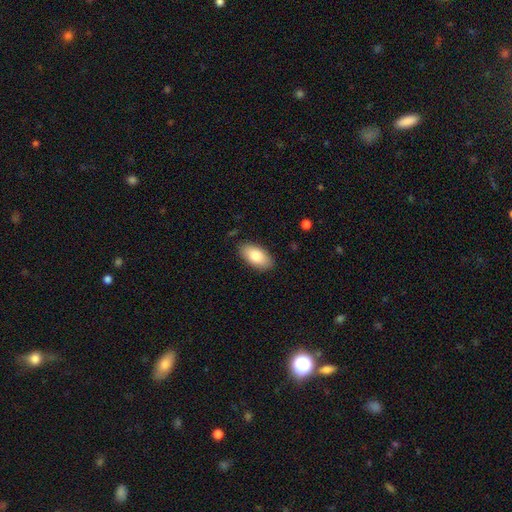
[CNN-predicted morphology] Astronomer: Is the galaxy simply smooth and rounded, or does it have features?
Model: smooth — 84%.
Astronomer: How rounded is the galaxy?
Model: in between — 94%.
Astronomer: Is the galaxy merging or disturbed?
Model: none — 86%.